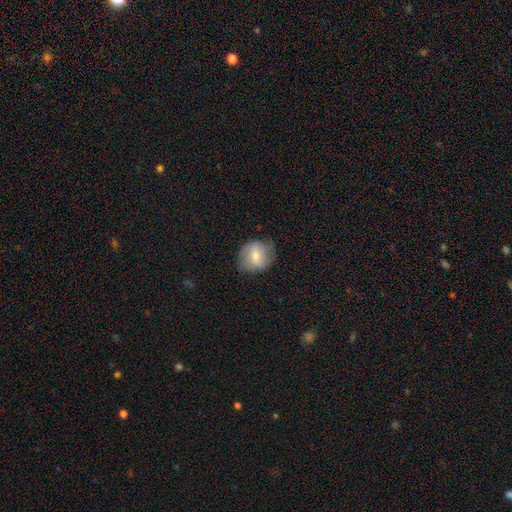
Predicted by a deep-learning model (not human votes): Overall: smooth (53%; featured or disk 39%). How rounded: round (73%). Merging: none (75%).